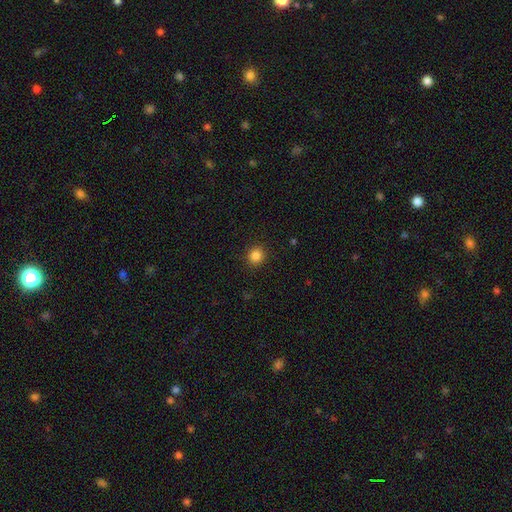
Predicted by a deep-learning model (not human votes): Smooth or featured? smooth (85%)
How rounded? round (89%)
Merging? none (91%)